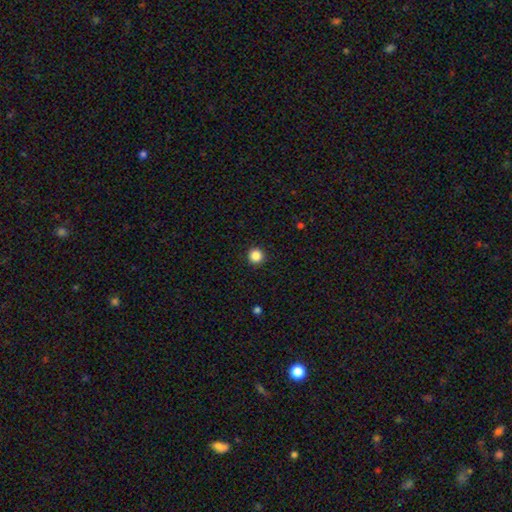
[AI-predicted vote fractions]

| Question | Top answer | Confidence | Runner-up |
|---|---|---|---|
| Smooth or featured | smooth | 86% | star or artifact (11%) |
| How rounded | round | 96% | in between (3%) |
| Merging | none | 93% | minor disturbance (5%) |